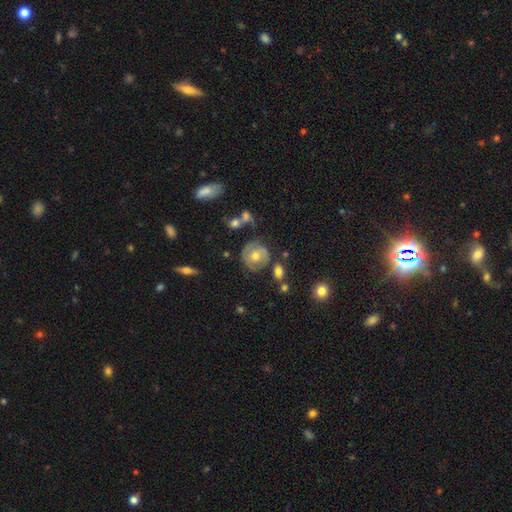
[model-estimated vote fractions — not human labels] featured or disk 45% (tied), smooth 45% (tied), star or artifact 10%. Down the decision tree: merging — none (65%).